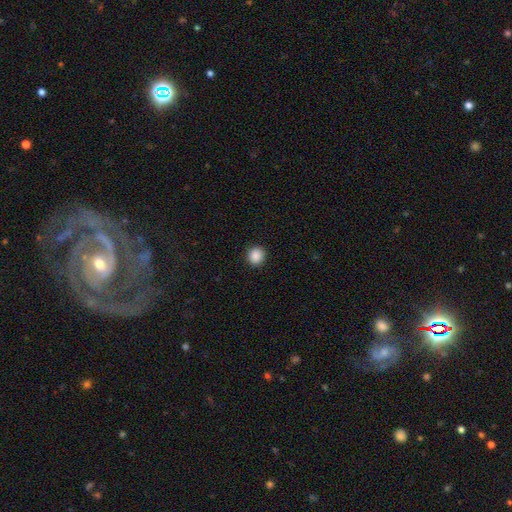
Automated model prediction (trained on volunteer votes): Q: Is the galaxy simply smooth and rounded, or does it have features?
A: smooth — 89%.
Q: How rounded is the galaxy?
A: round — 88%.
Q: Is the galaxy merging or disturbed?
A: none — 92%.